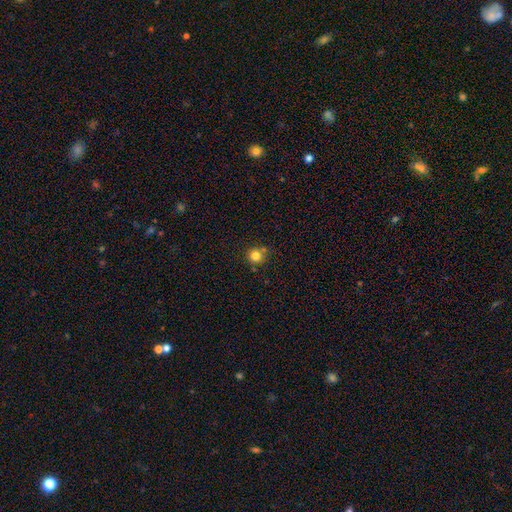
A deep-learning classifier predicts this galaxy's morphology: This is clearly a smooth galaxy (80%). How rounded: clearly round (94%). Merging: likely none (75%).